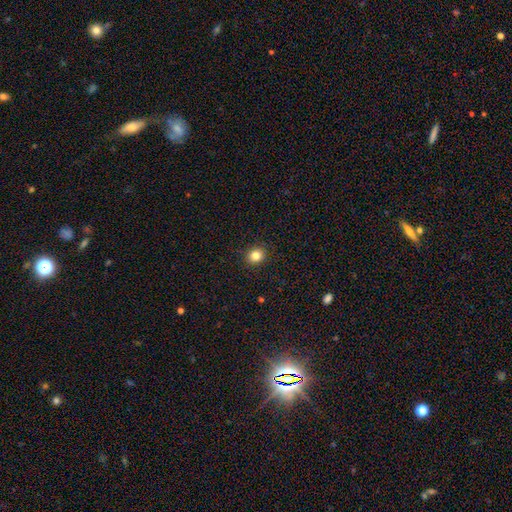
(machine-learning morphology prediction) type=smooth (83%); roundness=round (77%); merging=none (91%).